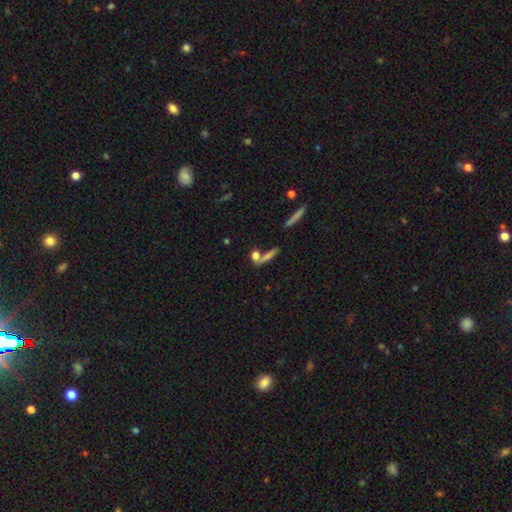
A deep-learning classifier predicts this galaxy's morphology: smooth-or-featured: smooth: 69% | featured or disk: 18% | star or artifact: 13%
  how-rounded: in between: 39% | cigar-shaped: 33% | round: 29%
  merging: none: 46% | merger: 37% | minor disturbance: 10% | major disturbance: 7%